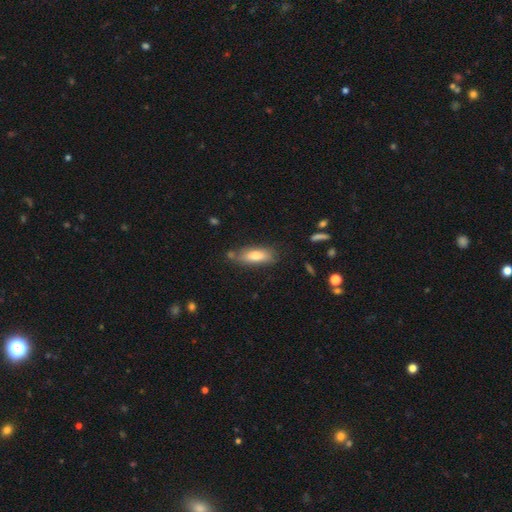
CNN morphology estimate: Q: Smooth or featured?
A: smooth (74%); runner-up: featured or disk (19%)
Q: How rounded?
A: in between (63%); runner-up: cigar-shaped (35%)
Q: Merging?
A: none (69%); runner-up: minor disturbance (20%)